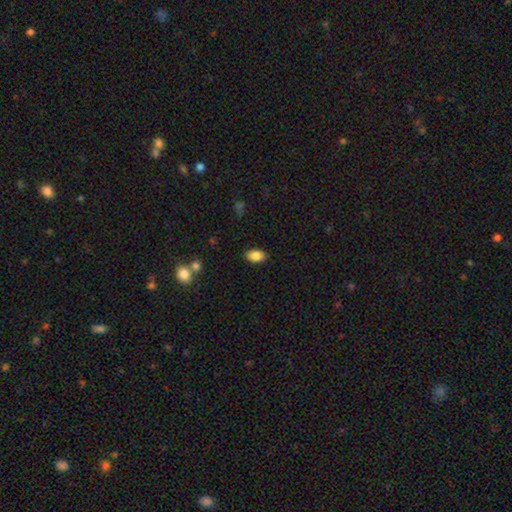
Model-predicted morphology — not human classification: Q: Smooth or featured?
A: smooth (86%); runner-up: star or artifact (8%)
Q: How rounded?
A: in between (90%); runner-up: round (8%)
Q: Merging?
A: none (86%); runner-up: minor disturbance (10%)